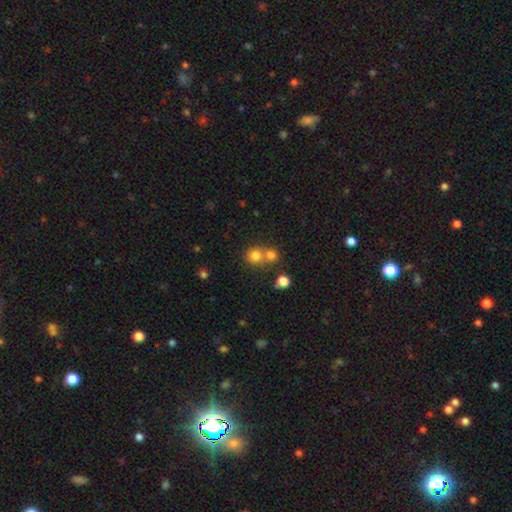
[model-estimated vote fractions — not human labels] This is likely a smooth galaxy (78%). How rounded: clearly round (86%). Merging: possibly none (50%).